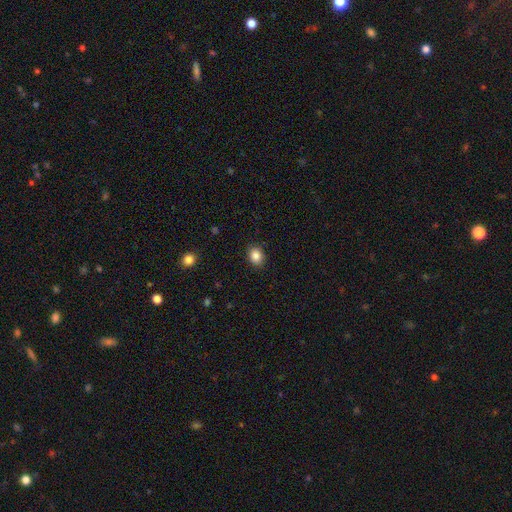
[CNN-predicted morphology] type=smooth (86%); roundness=in between (53%); merging=none (88%).